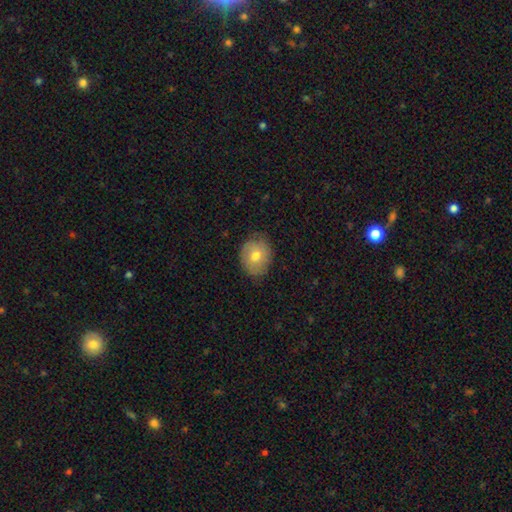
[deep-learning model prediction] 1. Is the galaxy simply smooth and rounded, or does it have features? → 70% smooth, 21% featured or disk, 8% star or artifact.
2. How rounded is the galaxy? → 57% round, 42% in between, 1% cigar-shaped.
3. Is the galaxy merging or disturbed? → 78% none, 17% minor disturbance, 3% major disturbance, 1% merger.